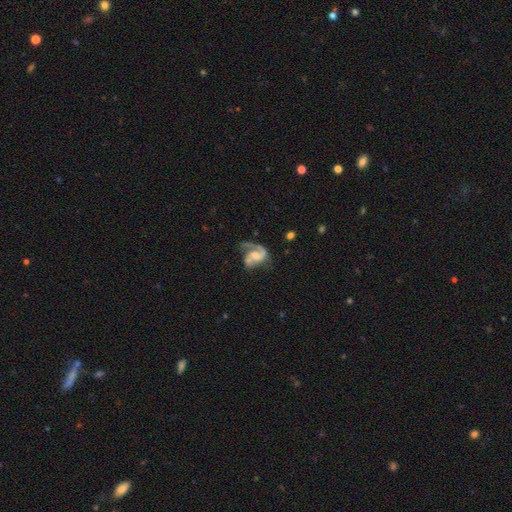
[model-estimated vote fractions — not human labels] This appears to be a featured or disk galaxy (83%) with no bar (46%), 2 (67%) medium (49%) spiral arms (94%) and a moderate central bulge (32%). Merging: none (40%).